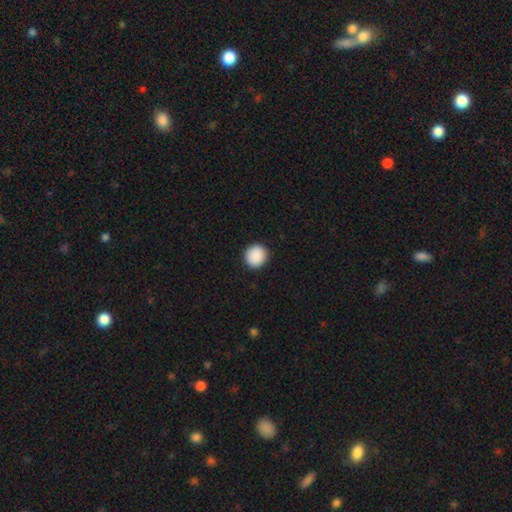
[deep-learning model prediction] smooth 90%, star or artifact 8%, featured or disk 2%. Down the decision tree: how rounded — round (92%); merging — none (92%).